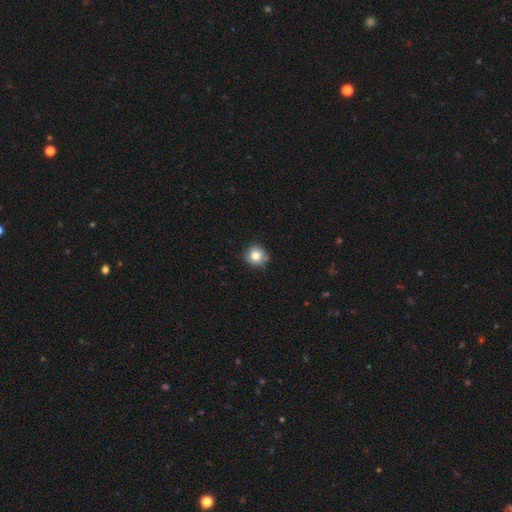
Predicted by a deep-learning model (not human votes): smooth_or_featured: smooth (p=0.82) [alt: star or artifact p=0.10]
how_rounded: round (p=0.90) [alt: in between p=0.09]
merging: none (p=0.82) [alt: minor disturbance p=0.14]